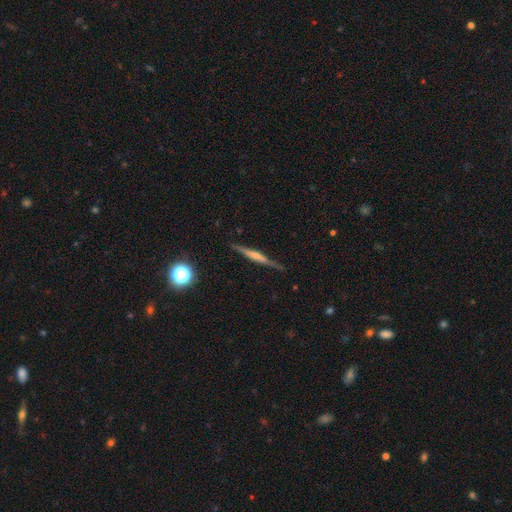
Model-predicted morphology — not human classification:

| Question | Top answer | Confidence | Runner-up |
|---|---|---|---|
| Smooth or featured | featured or disk | 64% | smooth (28%) |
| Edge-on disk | yes | 97% | no (3%) |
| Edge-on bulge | rounded | 51% | none (28%) |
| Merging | none | 86% | minor disturbance (10%) |